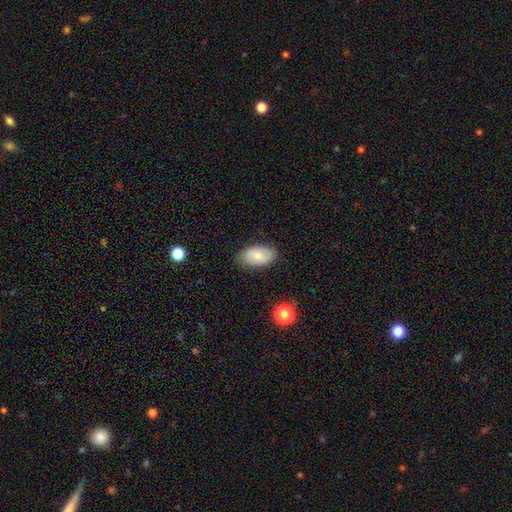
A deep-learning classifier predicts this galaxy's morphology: A smooth galaxy with no disk features (67%) that is in between round and cigar-shaped (93%). Merging: none (80%).